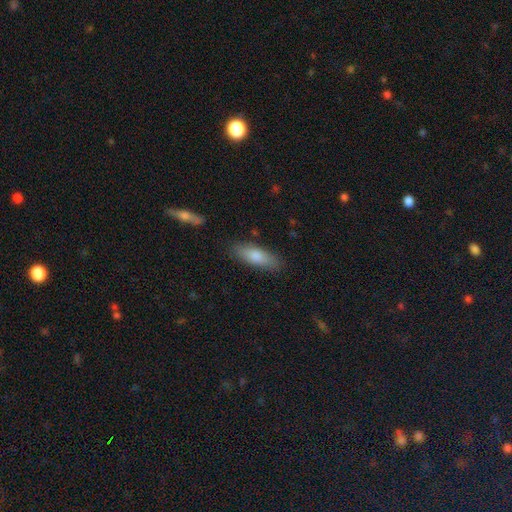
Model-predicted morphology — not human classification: A smooth galaxy with no disk features (75%) that is in between round and cigar-shaped (56%). Merging: none (85%).